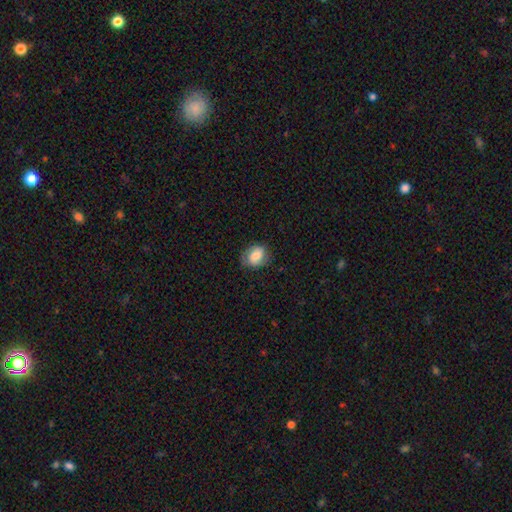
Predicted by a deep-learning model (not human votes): A smooth galaxy with no disk features (58%) that is in between round and cigar-shaped (57%).

Vote fractions:
- Smooth or featured? smooth: 58% / featured or disk: 33% / star or artifact: 8%
- How rounded? in between: 57% / round: 42% / cigar-shaped: 1%
- Merging? none: 72% / minor disturbance: 20% / major disturbance: 7% / merger: 1%